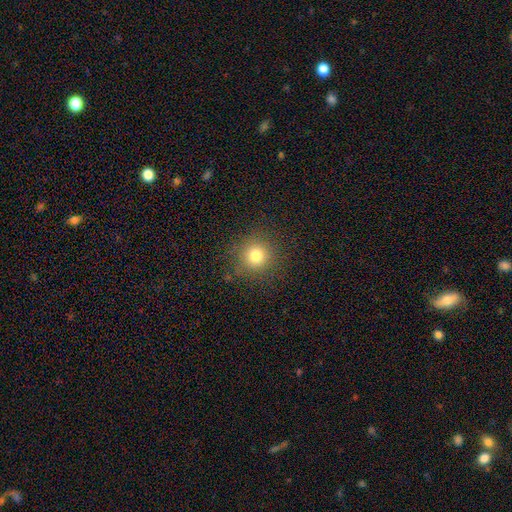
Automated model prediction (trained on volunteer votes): smooth-or-featured: smooth: 78% | star or artifact: 14% | featured or disk: 7%
  how-rounded: round: 93% | in between: 6% | cigar-shaped: 1%
  merging: none: 88% | minor disturbance: 8% | major disturbance: 3% | merger: 1%